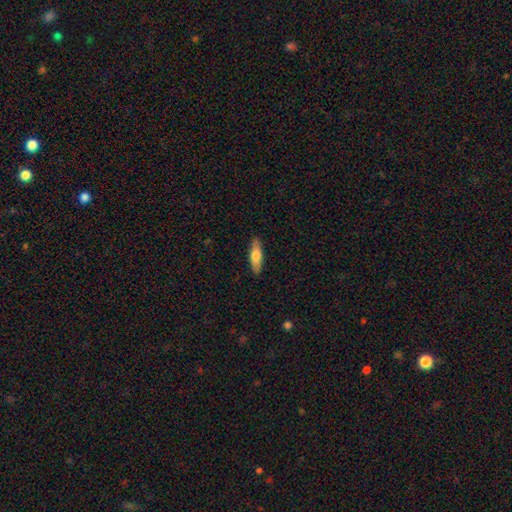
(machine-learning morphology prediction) A smooth galaxy with no disk features (70%) that is cigar-shaped (53%). Merging: none (89%).